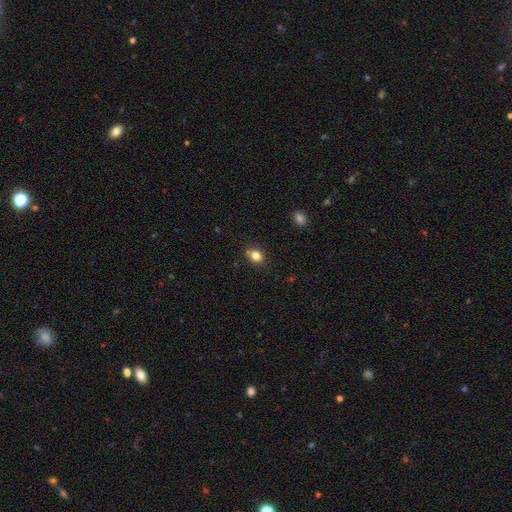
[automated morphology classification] smooth_or_featured: smooth (p=0.81) [alt: star or artifact p=0.12]
how_rounded: in between (p=0.49) [tied with: round p=0.49]
merging: none (p=0.75) [alt: minor disturbance p=0.15]